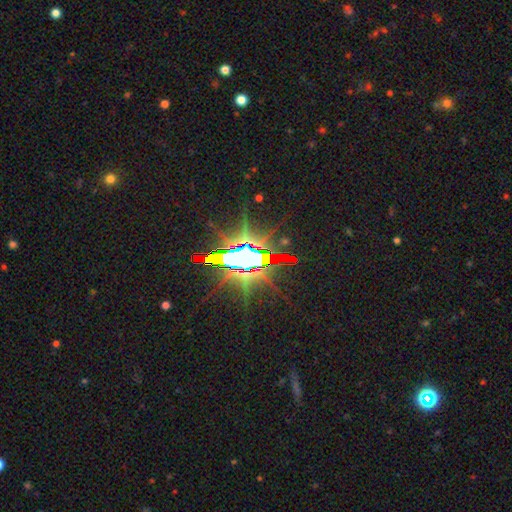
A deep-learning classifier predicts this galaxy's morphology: Smooth or featured? star or artifact (82%)